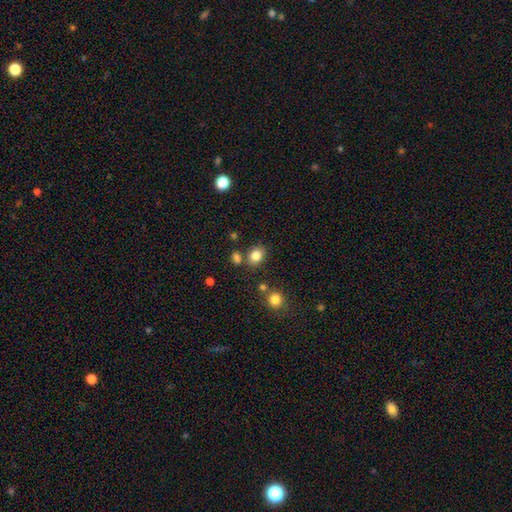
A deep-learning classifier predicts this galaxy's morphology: smooth_or_featured: smooth (p=0.83) [alt: star or artifact p=0.11]
how_rounded: in between (p=0.51) [alt: round p=0.48]
merging: none (p=0.74) [alt: minor disturbance p=0.12]